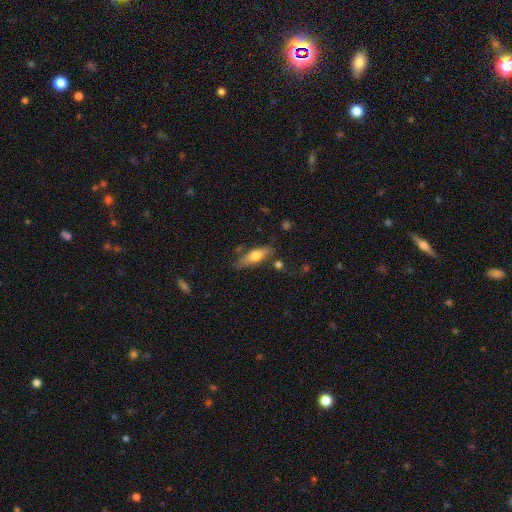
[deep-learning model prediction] Q: Smooth or featured?
A: smooth (63%); runner-up: featured or disk (31%)
Q: How rounded?
A: in between (53%); runner-up: cigar-shaped (44%)
Q: Merging?
A: none (71%); runner-up: minor disturbance (19%)